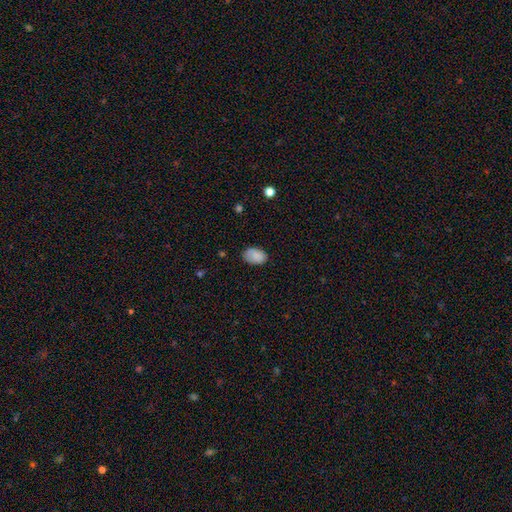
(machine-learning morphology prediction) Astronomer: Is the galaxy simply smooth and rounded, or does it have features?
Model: smooth — 86%.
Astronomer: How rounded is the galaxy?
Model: in between — 89%.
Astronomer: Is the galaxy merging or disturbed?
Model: none — 79%.